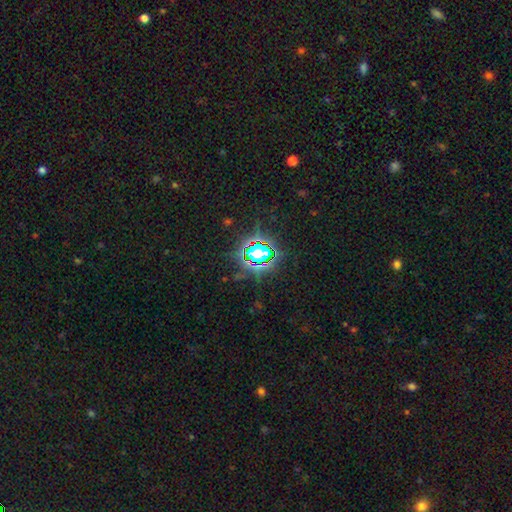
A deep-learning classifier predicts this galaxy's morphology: A star or artifact, not a galaxy (76%).